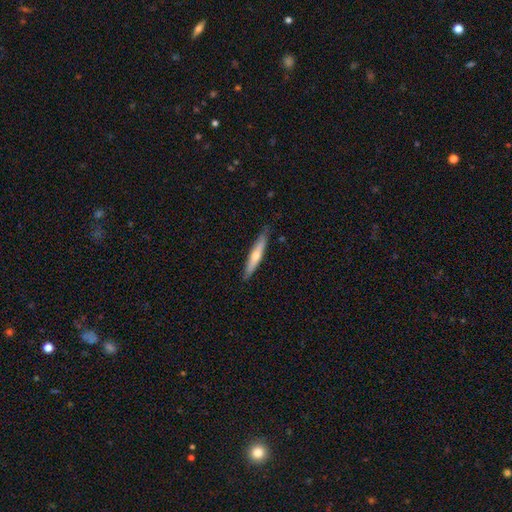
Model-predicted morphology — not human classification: This appears to be a smooth galaxy with no disk features (50%) that is cigar-shaped (90%). Merging: none (85%).